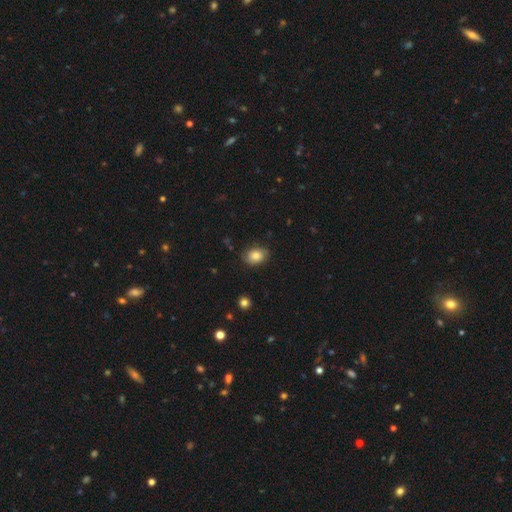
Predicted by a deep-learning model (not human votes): Morphology: type=smooth (81%); roundness=in between (71%); merging=none (81%).